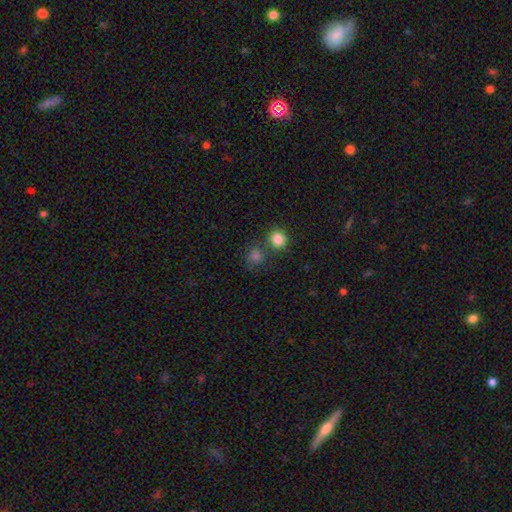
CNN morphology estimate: smooth-or-featured: smooth: 78% | star or artifact: 17% | featured or disk: 6%
  how-rounded: round: 88% | in between: 11% | cigar-shaped: 1%
  merging: none: 68% | merger: 19% | minor disturbance: 9% | major disturbance: 4%